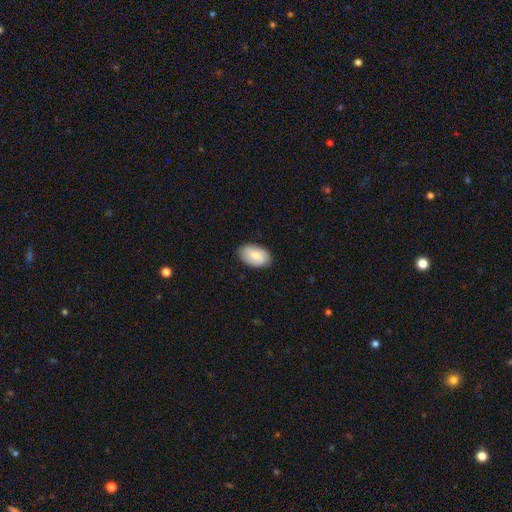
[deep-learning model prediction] Q: Smooth or featured?
A: smooth (78%); runner-up: featured or disk (16%)
Q: How rounded?
A: in between (92%); runner-up: round (7%)
Q: Merging?
A: none (84%); runner-up: minor disturbance (13%)